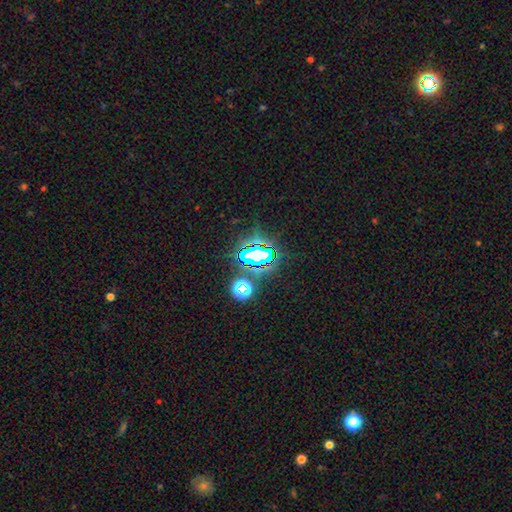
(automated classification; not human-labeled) This is likely a star or artifact rather than a galaxy (71%).